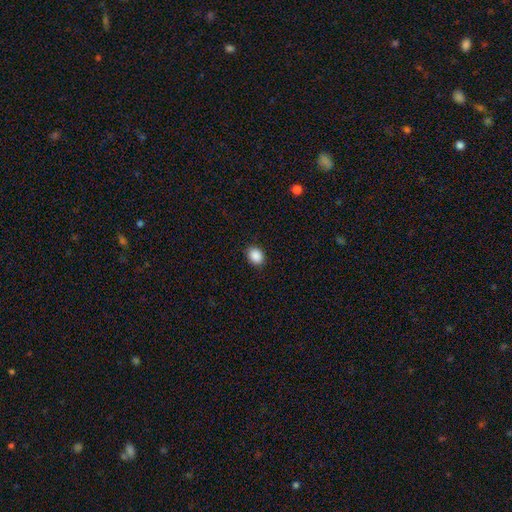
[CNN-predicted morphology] Q: Smooth or featured?
A: smooth (89%); runner-up: star or artifact (8%)
Q: How rounded?
A: in between (54%); runner-up: round (45%)
Q: Merging?
A: none (89%); runner-up: minor disturbance (8%)